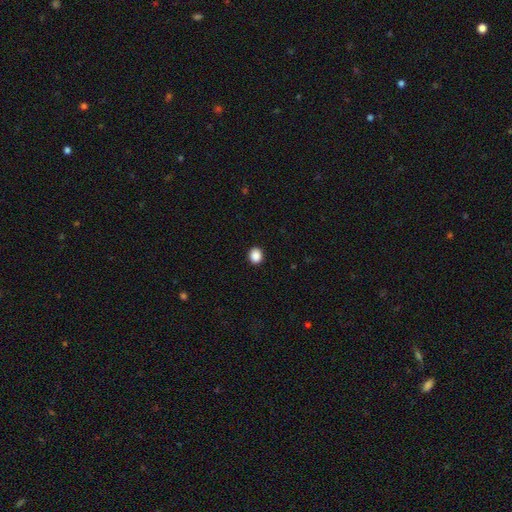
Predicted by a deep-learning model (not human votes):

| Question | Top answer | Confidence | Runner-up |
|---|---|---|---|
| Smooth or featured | smooth | 88% | star or artifact (9%) |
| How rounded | round | 73% | in between (26%) |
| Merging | none | 92% | minor disturbance (5%) |